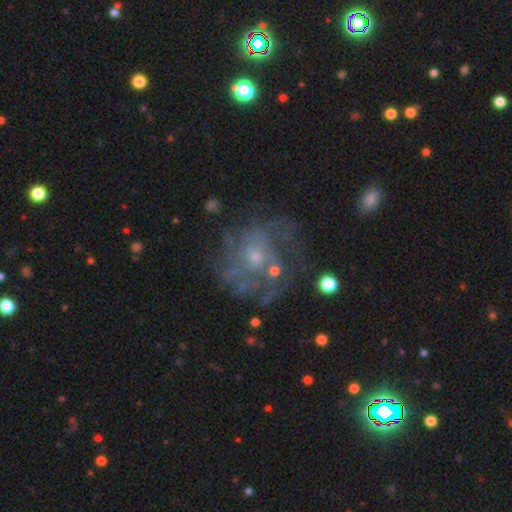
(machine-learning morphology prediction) Smooth or featured?
  - featured or disk: 74% *
  - smooth: 14%
  - star or artifact: 12%
Edge-on disk?
  - no: 98% *
  - yes: 2%
Bar?
  - no: 80% *
  - weak: 18%
  - strong: 3%
Spiral arms?
  - yes: 71% *
  - no: 29%
Spiral winding?
  - tight: 44% *
  - medium: 38%
  - loose: 18%
Spiral arm count?
  - can't tell: 48% *
  - 3: 14%
  - 4: 12%
  - 2: 12%
  - more than 4: 7%
  - 1: 6%
Bulge size?
  - small: 61% *
  - moderate: 29%
  - none: 6%
  - large: 2%
  - dominant: 1%
Merging?
  - none: 59% *
  - major disturbance: 19%
  - minor disturbance: 18%
  - merger: 5%